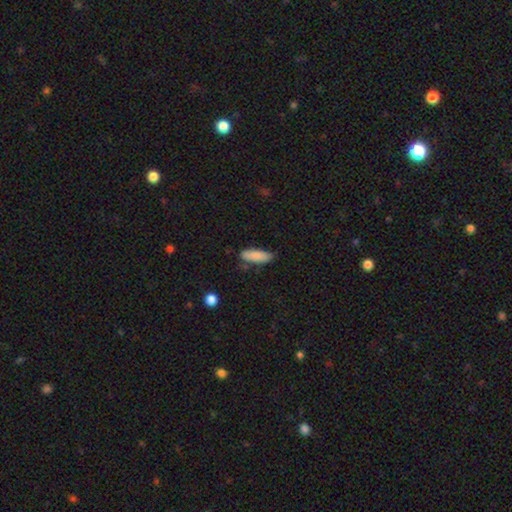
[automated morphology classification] type=smooth (87%); roundness=in between (56%); merging=none (74%).